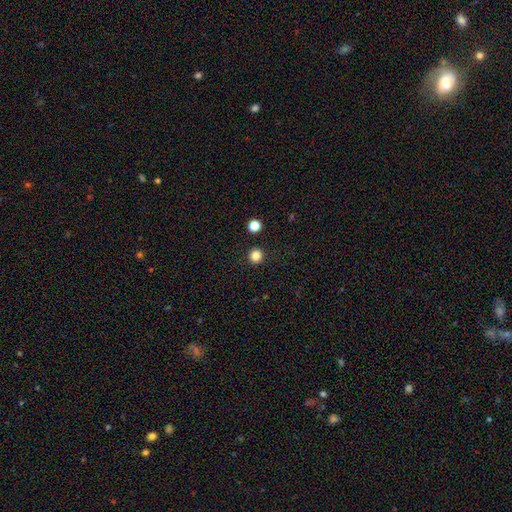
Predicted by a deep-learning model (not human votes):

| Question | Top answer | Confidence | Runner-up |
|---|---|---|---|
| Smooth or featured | smooth | 84% | star or artifact (13%) |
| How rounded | round | 94% | in between (5%) |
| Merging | none | 92% | minor disturbance (4%) |